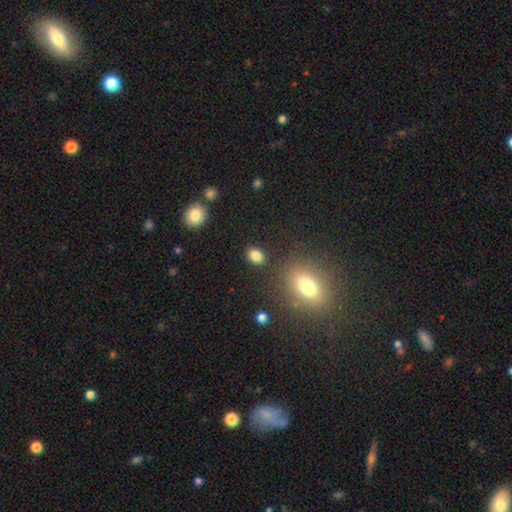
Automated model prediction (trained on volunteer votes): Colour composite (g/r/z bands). It shows a smooth galaxy with no disk features (84%) that is in between round and cigar-shaped (71%). Merging: none (84%).